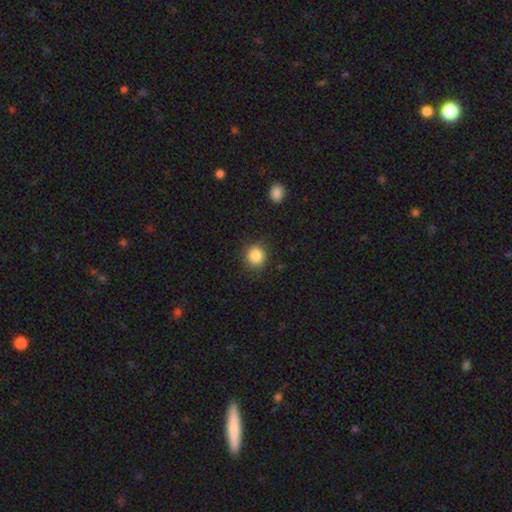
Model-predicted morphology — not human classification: Smooth or featured: smooth — 86% (star or artifact — 10%)
How rounded: round — 89% (in between — 10%)
Merging: none — 88% (minor disturbance — 8%)